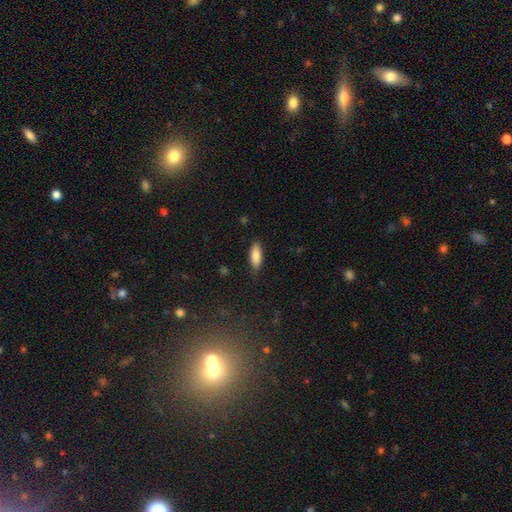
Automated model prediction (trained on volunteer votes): smooth_or_featured: smooth (p=0.81) [alt: featured or disk p=0.13]
how_rounded: in between (p=0.68) [alt: cigar-shaped p=0.31]
merging: none (p=0.84) [alt: minor disturbance p=0.12]